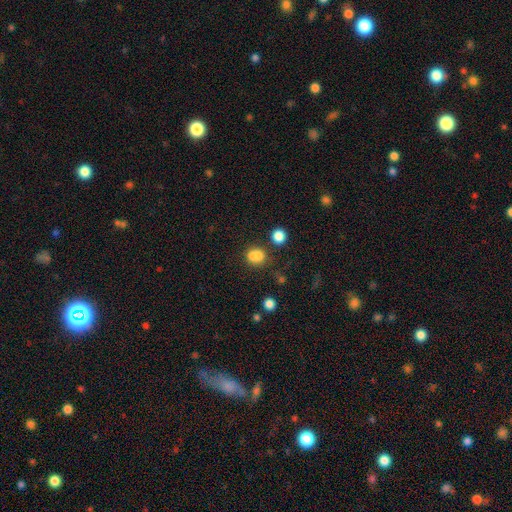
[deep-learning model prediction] Smooth or featured? Predicted: smooth (p=0.80). How rounded? Predicted: round (p=0.56). Merging? Predicted: none (p=0.61).